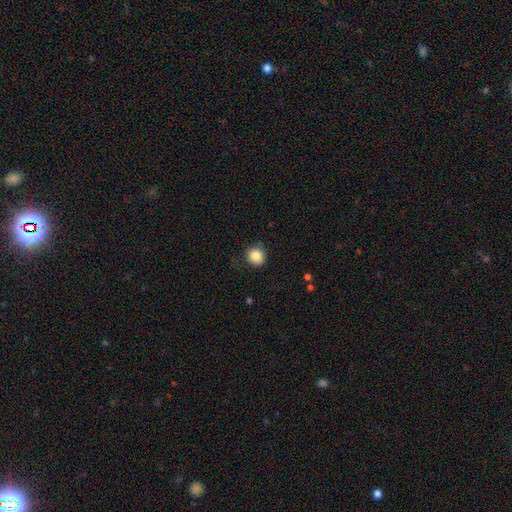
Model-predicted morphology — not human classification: Smooth or featured: smooth — 86% (star or artifact — 9%)
How rounded: round — 84% (in between — 15%)
Merging: none — 76% (minor disturbance — 18%)